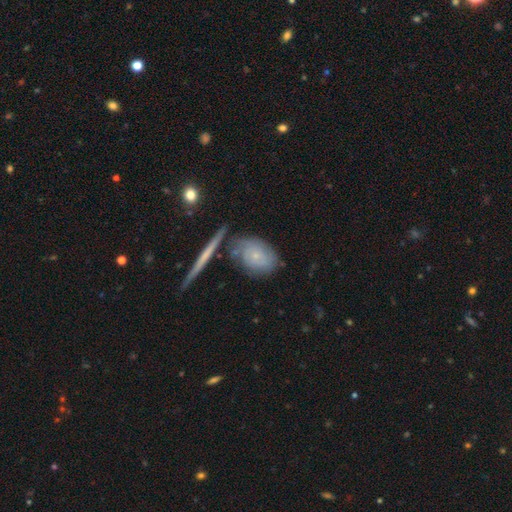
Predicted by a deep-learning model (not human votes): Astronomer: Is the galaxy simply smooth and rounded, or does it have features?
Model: smooth — 53% (runner-up: featured or disk, 39%).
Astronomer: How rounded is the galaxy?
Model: in between — 70%.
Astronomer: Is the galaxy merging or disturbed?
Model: none — 62%.